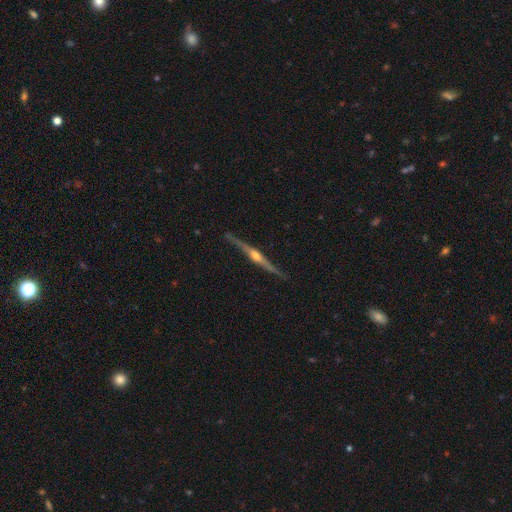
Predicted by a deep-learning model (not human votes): Morphology: type=featured or disk (82%); edge-on=yes (98%); edge-on bulge=rounded (89%); merging=none (88%).